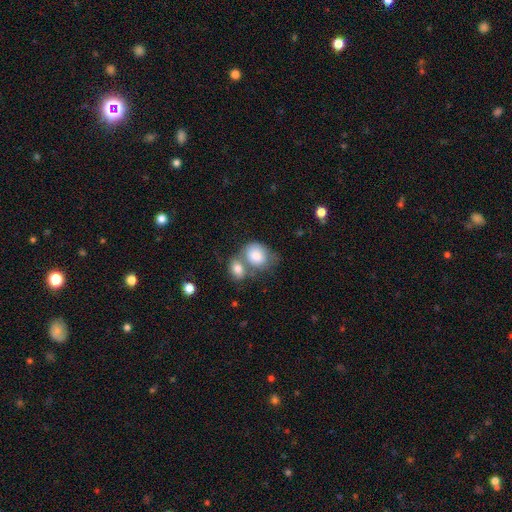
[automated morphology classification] smooth-or-featured: smooth: 80% | featured or disk: 13% | star or artifact: 7%
  how-rounded: in between: 52% | round: 47% | cigar-shaped: 1%
  merging: merger: 54% | none: 27% | minor disturbance: 13% | major disturbance: 6%